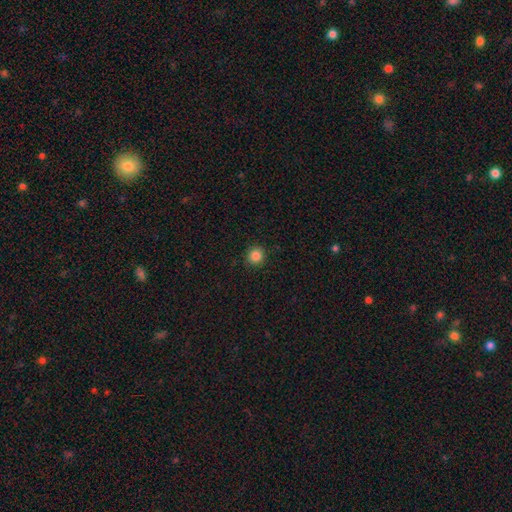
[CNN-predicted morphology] type=smooth (85%); roundness=round (93%); merging=none (92%).